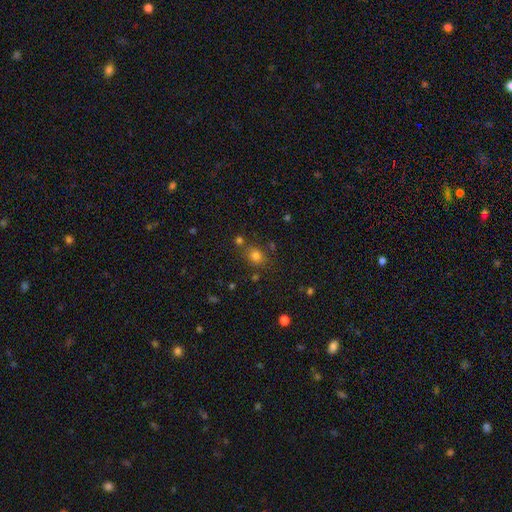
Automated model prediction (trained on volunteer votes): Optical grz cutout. It shows a smooth galaxy with no disk features (74%) that is round (58%). Merging: none (69%).